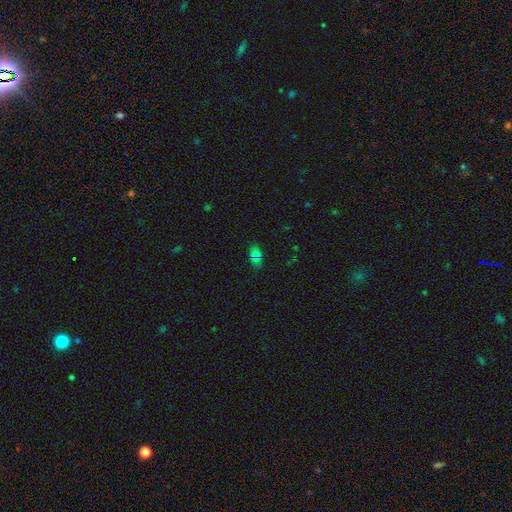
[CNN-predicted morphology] Smooth or featured: smooth — 62% (star or artifact — 28%)
How rounded: in between — 83% (round — 12%)
Merging: none — 76% (minor disturbance — 15%)